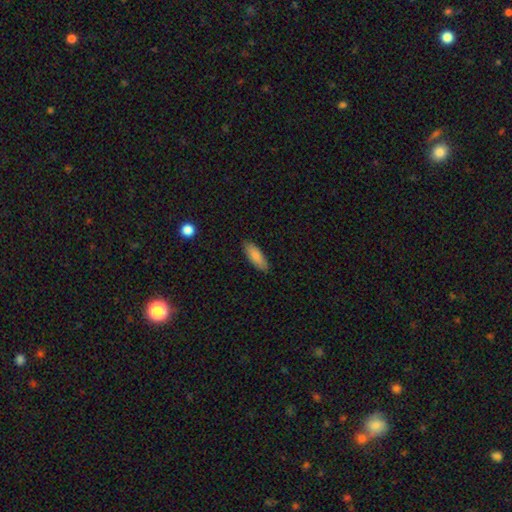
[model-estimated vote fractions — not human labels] smooth 85%, featured or disk 9%, star or artifact 6%. Down the decision tree: how rounded — in between (67%); merging — none (88%).